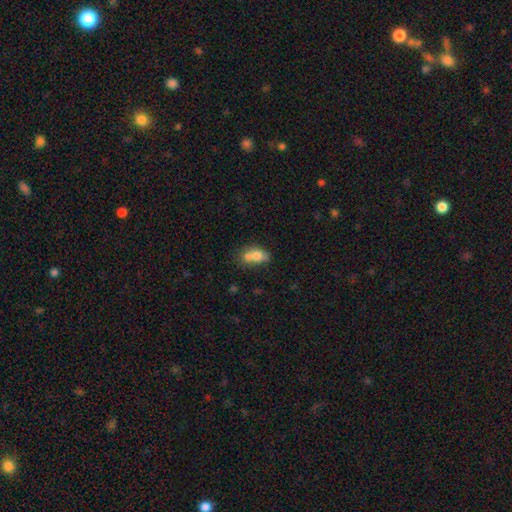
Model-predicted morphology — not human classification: This is likely a smooth galaxy (71%). How rounded: likely in between (69%). Merging: possibly merger (56%).